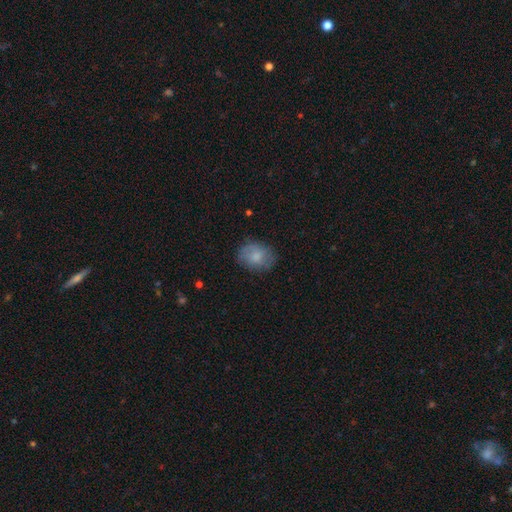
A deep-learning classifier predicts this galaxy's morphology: smooth 72%, featured or disk 21%, star or artifact 8%. Down the decision tree: how rounded — in between (53%); merging — none (75%).